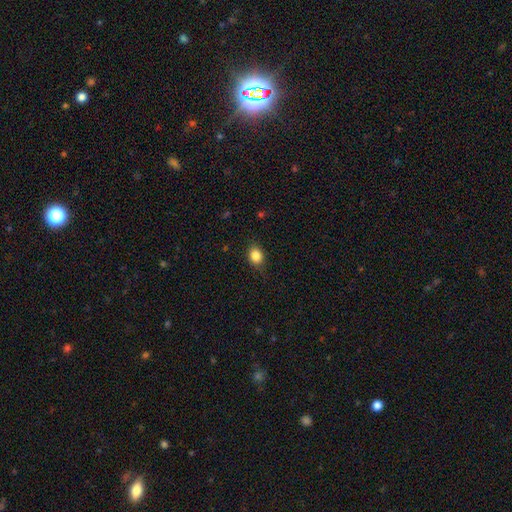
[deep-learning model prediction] smooth_or_featured: smooth (p=0.85) [alt: star or artifact p=0.10]
how_rounded: round (p=0.55) [alt: in between p=0.44]
merging: none (p=0.82) [alt: minor disturbance p=0.14]